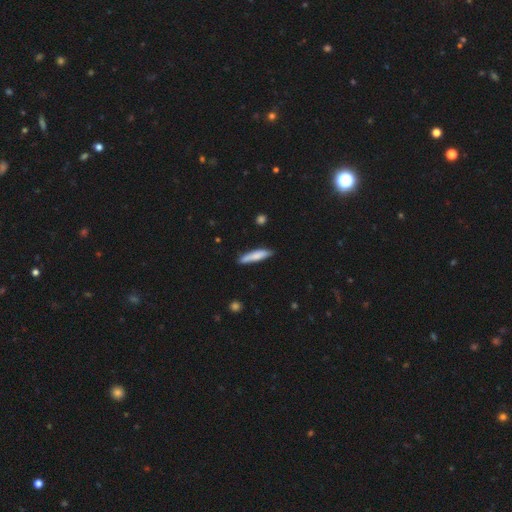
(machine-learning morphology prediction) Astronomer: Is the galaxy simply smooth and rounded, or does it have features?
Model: smooth — 76%.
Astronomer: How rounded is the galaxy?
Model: cigar-shaped — 85%.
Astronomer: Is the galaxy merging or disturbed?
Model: none — 82%.